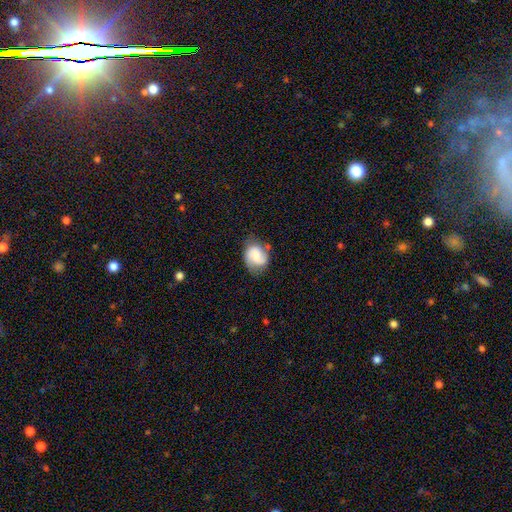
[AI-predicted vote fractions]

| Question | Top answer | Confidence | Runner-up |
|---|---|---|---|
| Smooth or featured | smooth | 47% | featured or disk (45%) |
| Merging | none | 63% | minor disturbance (26%) |